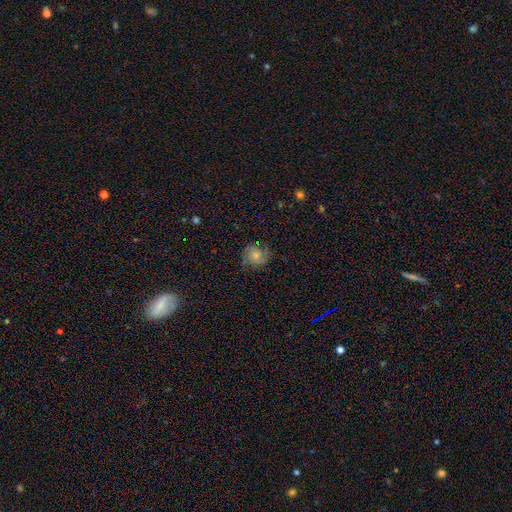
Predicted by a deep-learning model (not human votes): A smooth galaxy with no disk features (50%). Merging: none (71%).